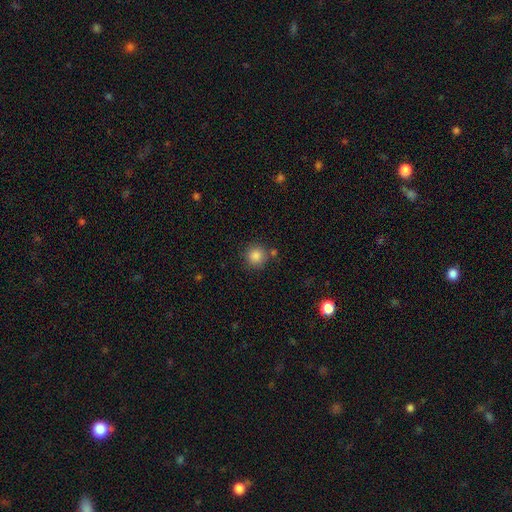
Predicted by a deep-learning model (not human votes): This appears to be a smooth galaxy with no disk features (85%) that is round (93%). Merging: none (79%).